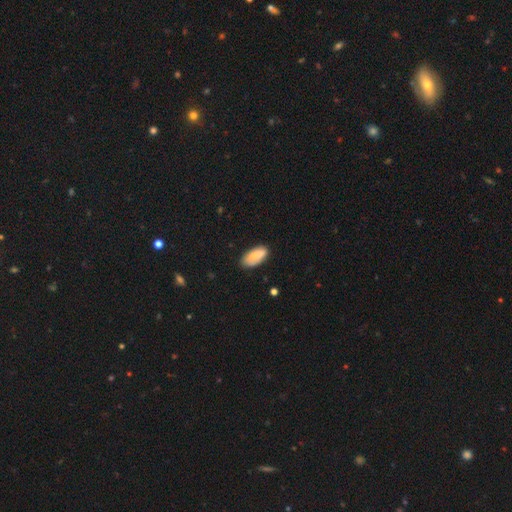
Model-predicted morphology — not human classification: A smooth galaxy with no disk features (82%) that is in between round and cigar-shaped (92%). Merging: none (79%).